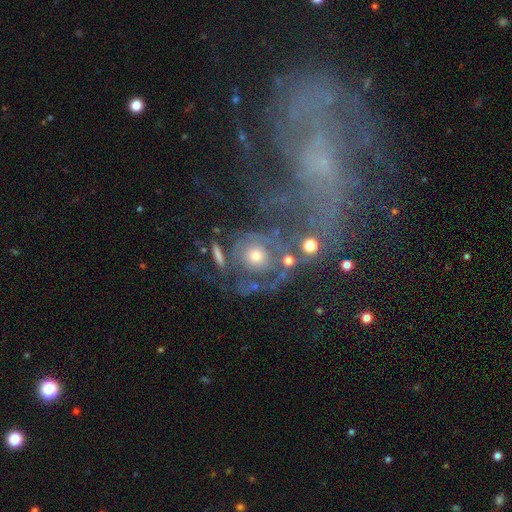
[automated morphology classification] smooth-or-featured: featured or disk: 49% | smooth: 36% | star or artifact: 16%
  merging: none: 45% | major disturbance: 19% | merger: 19% | minor disturbance: 17%